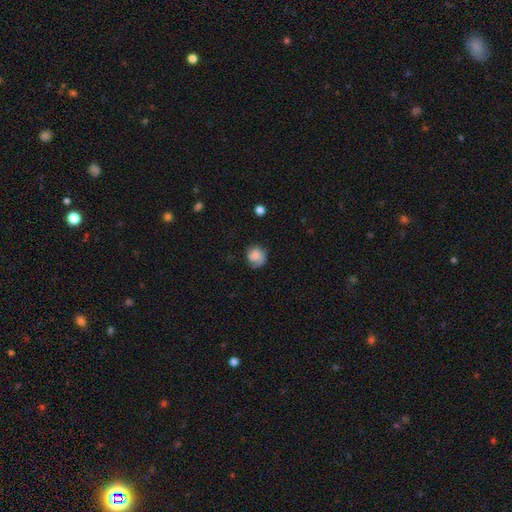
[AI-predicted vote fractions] Q: Smooth or featured?
A: smooth (66%); runner-up: featured or disk (26%)
Q: How rounded?
A: round (79%); runner-up: in between (20%)
Q: Merging?
A: none (59%); runner-up: minor disturbance (26%)